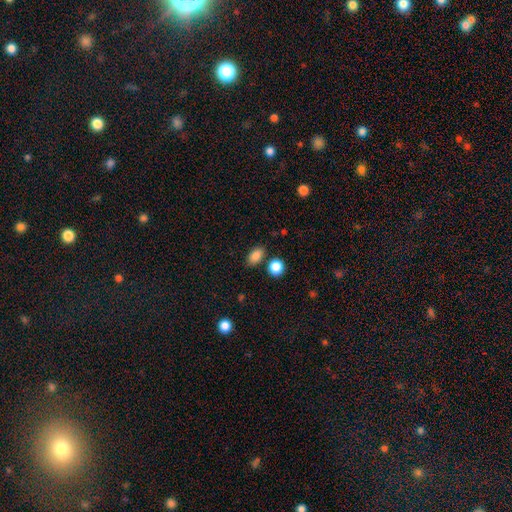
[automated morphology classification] smooth 85%, star or artifact 10%, featured or disk 5%. Down the decision tree: how rounded — in between (82%); merging — none (80%).